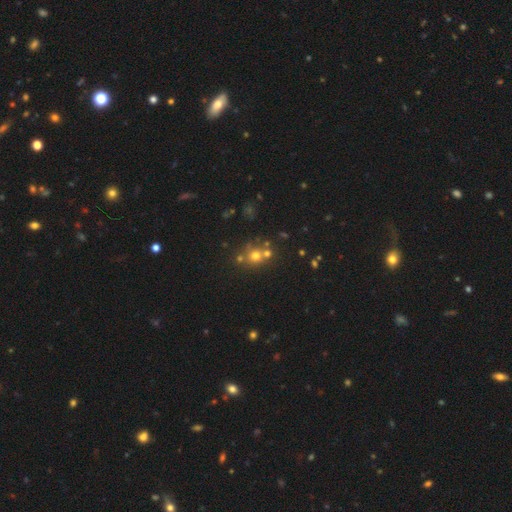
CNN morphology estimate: Q: Smooth or featured?
A: smooth (62%); runner-up: star or artifact (22%)
Q: How rounded?
A: round (85%); runner-up: in between (14%)
Q: Merging?
A: none (58%); runner-up: merger (28%)